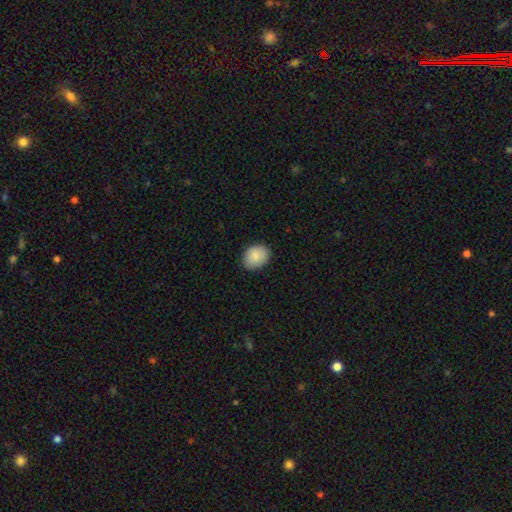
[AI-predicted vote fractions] smooth_or_featured: smooth (p=0.87) [alt: star or artifact p=0.07]
how_rounded: in between (p=0.54) [alt: round p=0.46]
merging: none (p=0.85) [alt: minor disturbance p=0.12]